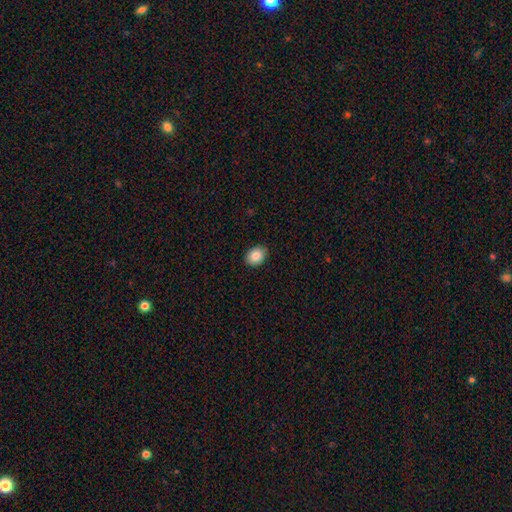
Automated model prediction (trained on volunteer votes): smooth 87%, star or artifact 8%, featured or disk 5%. Down the decision tree: how rounded — in between (69%); merging — none (88%).